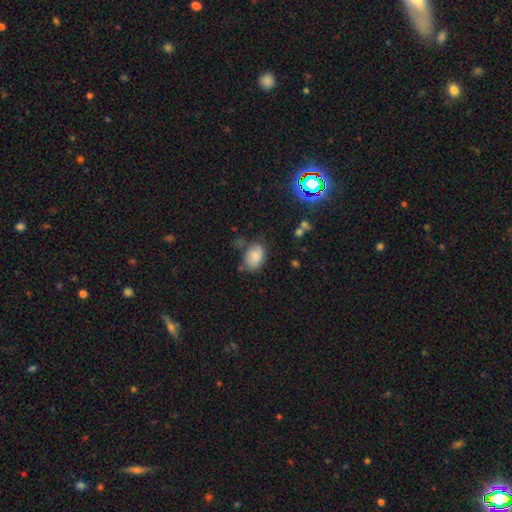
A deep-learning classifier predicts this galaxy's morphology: smooth-or-featured: smooth: 80% | featured or disk: 11% | star or artifact: 9%
  how-rounded: in between: 81% | round: 17% | cigar-shaped: 1%
  merging: none: 56% | minor disturbance: 28% | major disturbance: 9% | merger: 7%